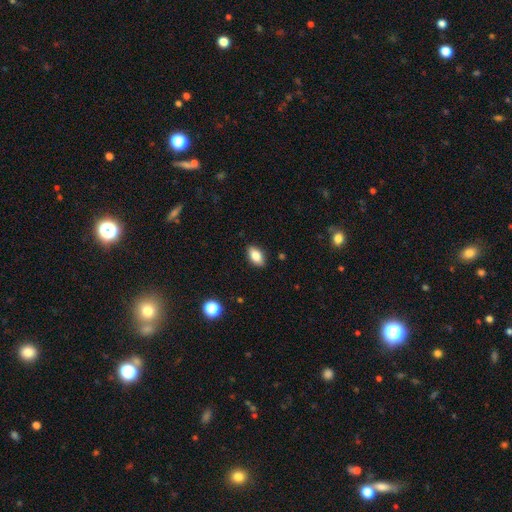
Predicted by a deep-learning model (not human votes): smooth 81%, featured or disk 10%, star or artifact 8%. Down the decision tree: how rounded — in between (90%); merging — none (88%).